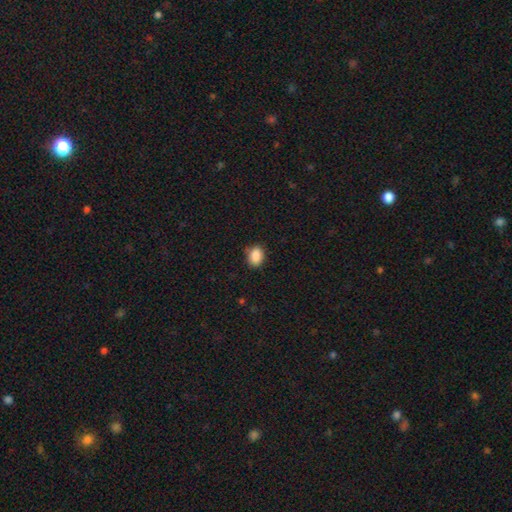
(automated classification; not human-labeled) This is clearly a smooth galaxy (88%). How rounded: likely in between (69%). Merging: clearly none (82%).